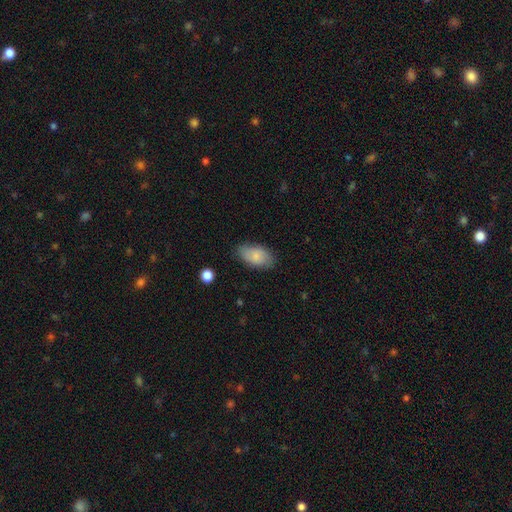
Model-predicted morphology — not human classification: Smooth or featured? Predicted: smooth (p=0.79). How rounded? Predicted: in between (p=0.93). Merging? Predicted: none (p=0.80).